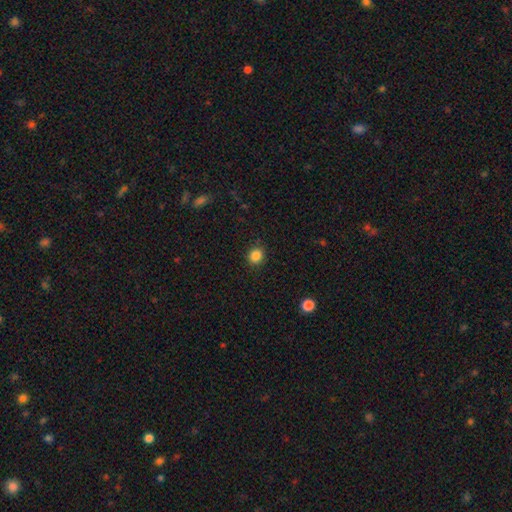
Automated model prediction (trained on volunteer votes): smooth_or_featured: smooth (p=0.85) [alt: star or artifact p=0.11]
how_rounded: round (p=0.84) [alt: in between p=0.16]
merging: none (p=0.90) [alt: minor disturbance p=0.07]